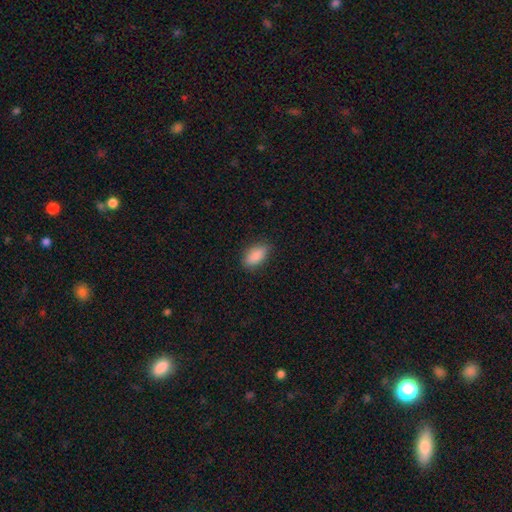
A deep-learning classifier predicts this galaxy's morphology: type=smooth (88%); roundness=in between (89%); merging=none (81%).